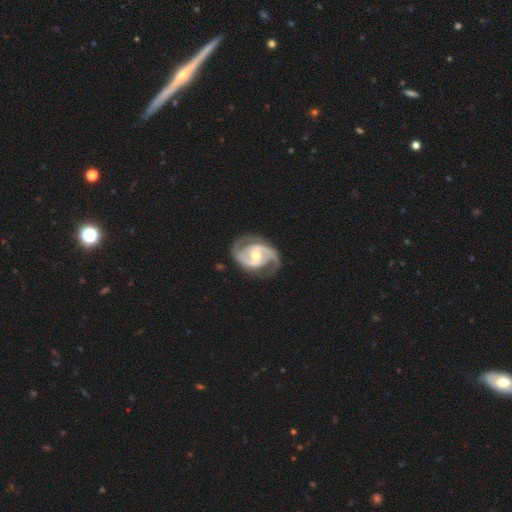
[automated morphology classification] The model was most divided on "bar": weak: 41%, no: 37%, strong: 21%. More confident: edge-on disk — no (98%); spiral arms — yes (97%); spiral arm count — 2 (91%); smooth or featured — featured or disk (91%); merging — none (77%); bulge size — moderate (69%); spiral winding — medium (54%).